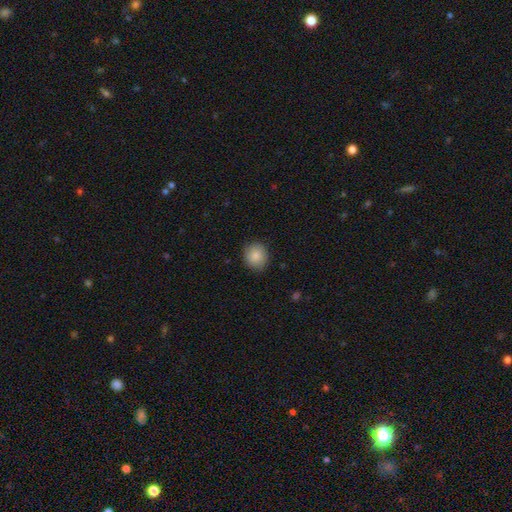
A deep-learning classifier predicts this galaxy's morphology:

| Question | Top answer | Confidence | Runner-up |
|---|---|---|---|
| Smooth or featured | smooth | 86% | star or artifact (8%) |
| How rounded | round | 76% | in between (23%) |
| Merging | none | 87% | minor disturbance (10%) |